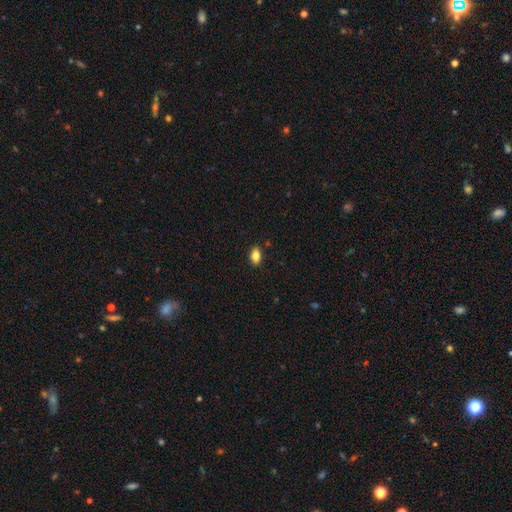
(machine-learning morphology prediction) This appears to be a smooth galaxy with no disk features (83%) that is in between round and cigar-shaped (87%). Merging: none (88%).